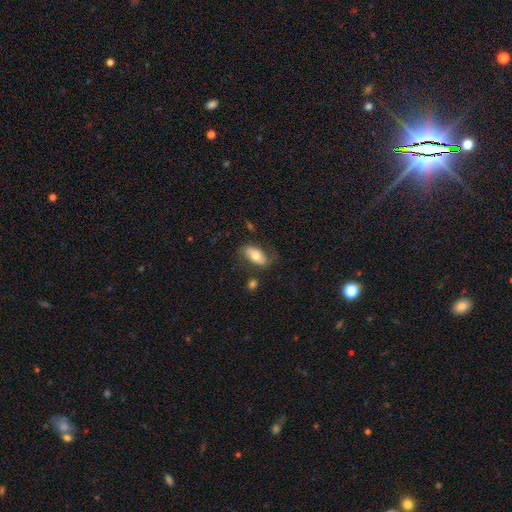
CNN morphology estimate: Smooth or featured? Predicted: smooth (p=0.63). How rounded? Predicted: in between (p=0.89). Merging? Predicted: none (p=0.70).